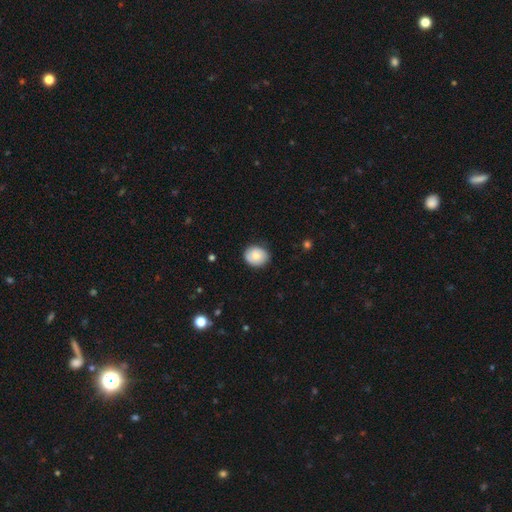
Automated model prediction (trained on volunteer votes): This appears to be a smooth galaxy with no disk features (74%) that is round (71%). Merging: none (83%).